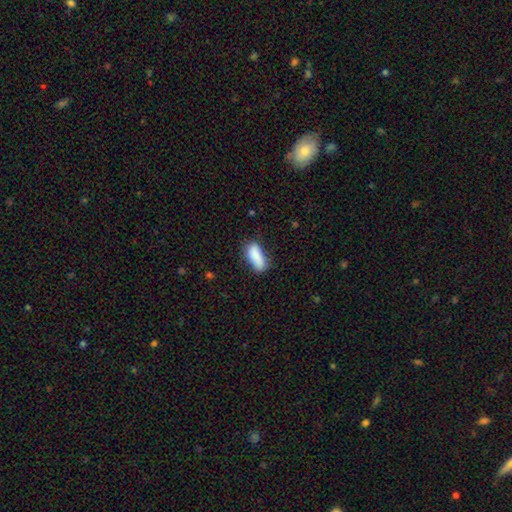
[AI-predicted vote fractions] A smooth galaxy with no disk features (87%) that is in between round and cigar-shaped (78%). Merging: none (65%).